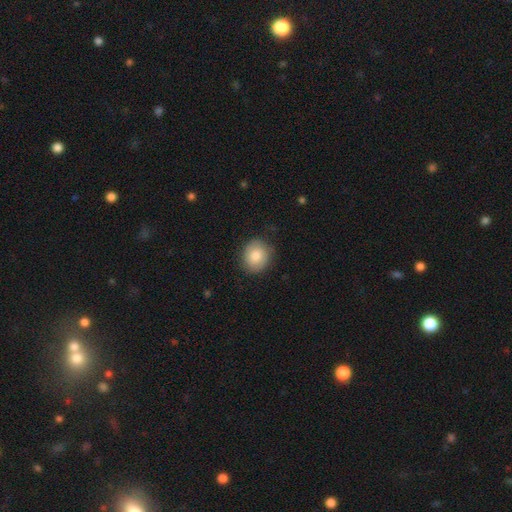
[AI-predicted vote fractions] Smooth or featured: smooth — 81% (featured or disk — 12%)
How rounded: round — 80% (in between — 20%)
Merging: none — 84% (minor disturbance — 12%)